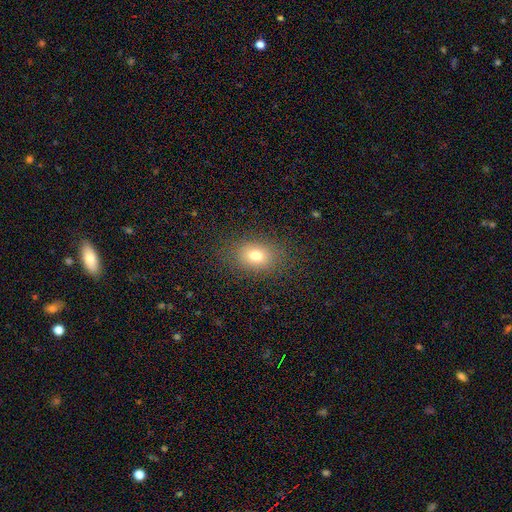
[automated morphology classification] Q: Smooth or featured?
A: smooth (76%); runner-up: star or artifact (13%)
Q: How rounded?
A: in between (65%); runner-up: round (34%)
Q: Merging?
A: none (84%); runner-up: minor disturbance (10%)